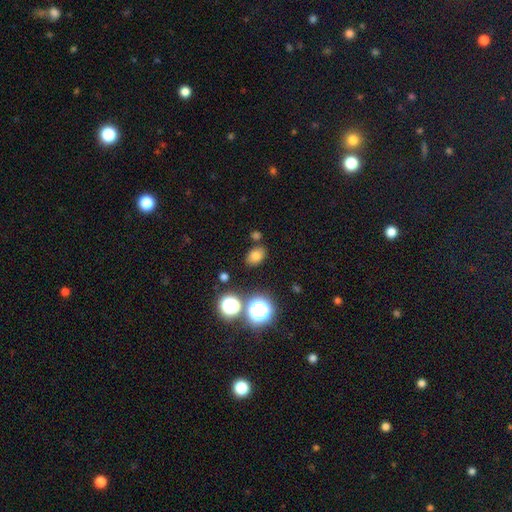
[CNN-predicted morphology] Smooth or featured? Predicted: smooth (p=0.76). How rounded? Predicted: in between (p=0.71). Merging? Predicted: none (p=0.81).